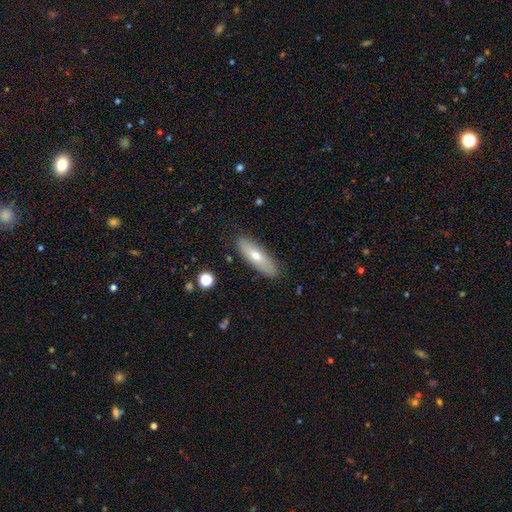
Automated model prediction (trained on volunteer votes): Q: Smooth or featured?
A: smooth (64%); runner-up: featured or disk (30%)
Q: How rounded?
A: cigar-shaped (51%); runner-up: in between (47%)
Q: Merging?
A: none (86%); runner-up: minor disturbance (10%)